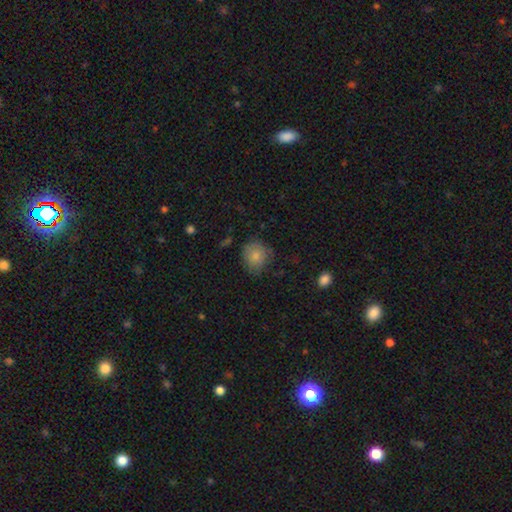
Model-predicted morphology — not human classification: Overall: smooth (82%). How rounded: round (77%). Merging: none (71%).